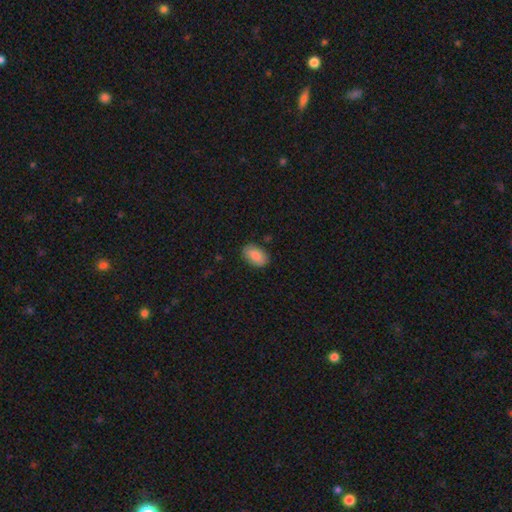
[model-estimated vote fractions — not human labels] This appears to be a smooth galaxy with no disk features (86%) that is in between round and cigar-shaped (91%). Merging: none (85%).